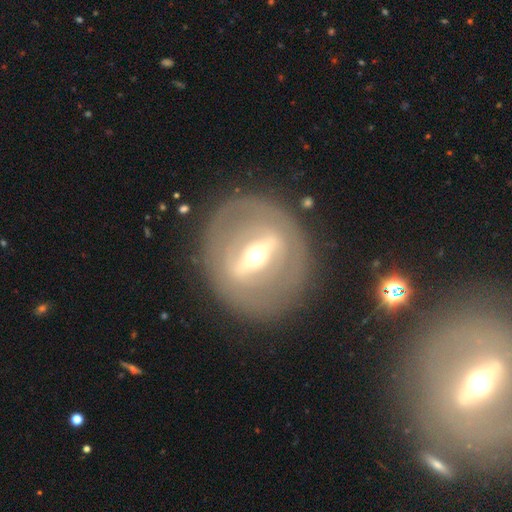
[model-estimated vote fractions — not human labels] Q: Smooth or featured?
A: featured or disk (78%); runner-up: smooth (15%)
Q: Edge-on disk?
A: no (76%); runner-up: yes (24%)
Q: Bar?
A: strong (77%); runner-up: weak (16%)
Q: Spiral arms?
A: no (75%); runner-up: yes (25%)
Q: Bulge size?
A: moderate (56%); runner-up: small (35%)
Q: Merging?
A: none (83%); runner-up: minor disturbance (10%)